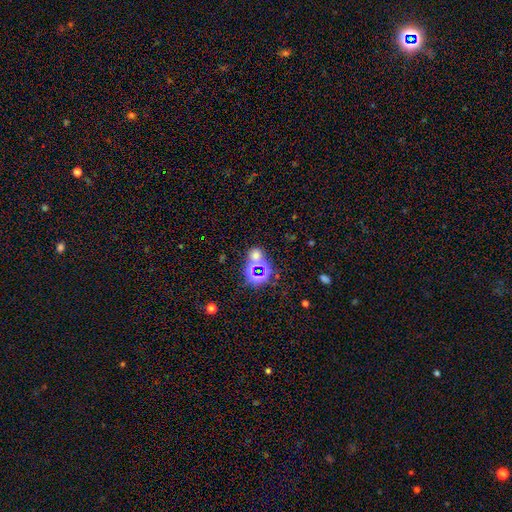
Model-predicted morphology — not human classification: type=star or artifact (47%).